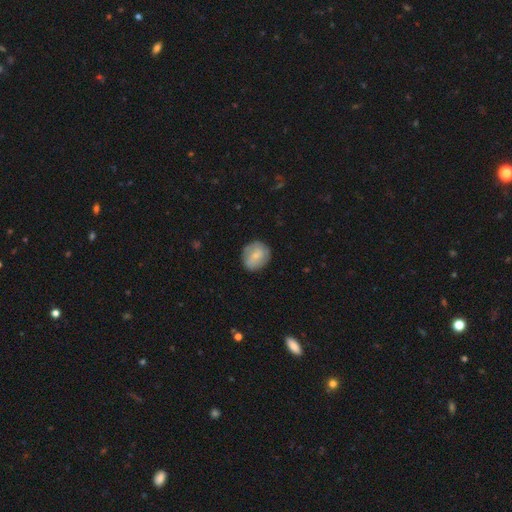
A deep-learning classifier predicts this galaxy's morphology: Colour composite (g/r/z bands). It shows a smooth galaxy with no disk features (63%) that is round (76%). Merging: none (79%).